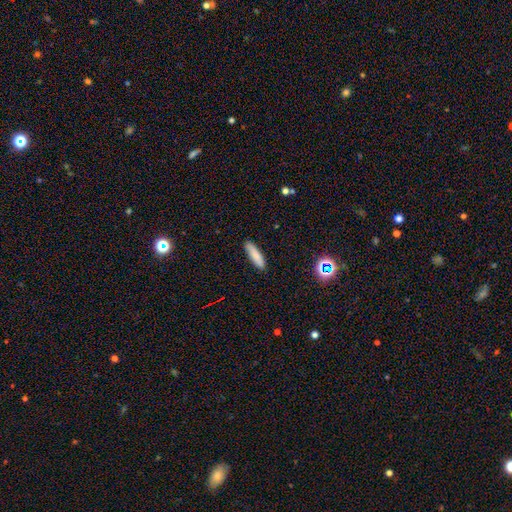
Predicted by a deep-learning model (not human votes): A smooth galaxy with no disk features (84%) that is cigar-shaped (70%).

Vote fractions:
- Smooth or featured? smooth: 84% / featured or disk: 9% / star or artifact: 8%
- How rounded? cigar-shaped: 70% / in between: 28% / round: 2%
- Merging? none: 87% / minor disturbance: 10% / major disturbance: 2% / merger: 1%